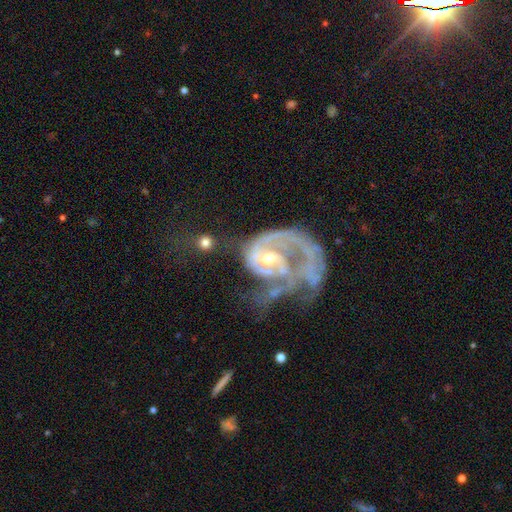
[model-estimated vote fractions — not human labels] This is clearly a featured or disk galaxy (85%). It is clearly not viewed edge-on (98%). Bar: possibly no (60%). Spiral arm pattern: clearly yes (88%). Spiral arm count: marginally 1 (37%). Spiral winding: marginally medium (40%). Central bulge: possibly moderate (59%). Merging: marginally major disturbance (44%).